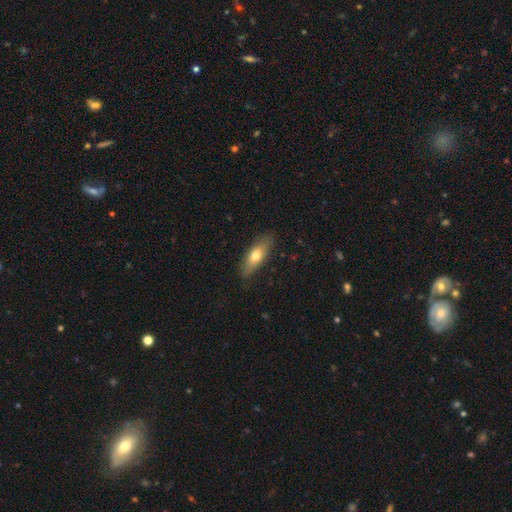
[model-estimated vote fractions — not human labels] smooth 67%, featured or disk 27%, star or artifact 6%. Down the decision tree: how rounded — in between (60%); merging — none (84%).